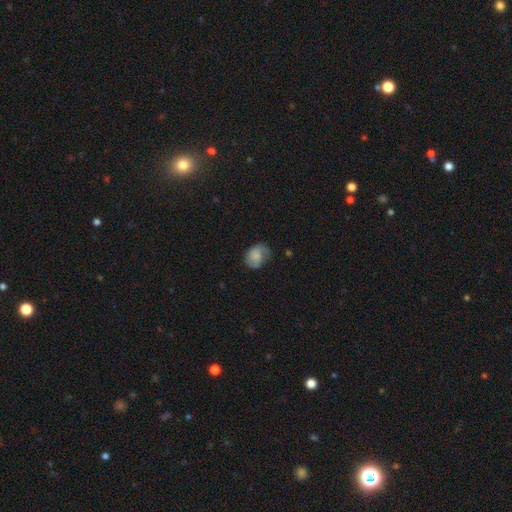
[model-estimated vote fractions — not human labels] Smooth or featured?
  - smooth: 76% *
  - featured or disk: 16%
  - star or artifact: 8%
How rounded?
  - in between: 57% *
  - round: 42%
  - cigar-shaped: 1%
Merging?
  - none: 55% *
  - minor disturbance: 32%
  - major disturbance: 11%
  - merger: 2%